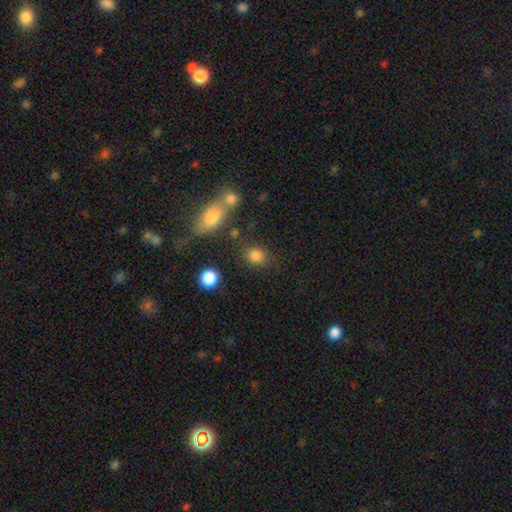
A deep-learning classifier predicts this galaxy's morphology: This is clearly a smooth galaxy (83%). How rounded: likely round (74%). Merging: likely none (77%).